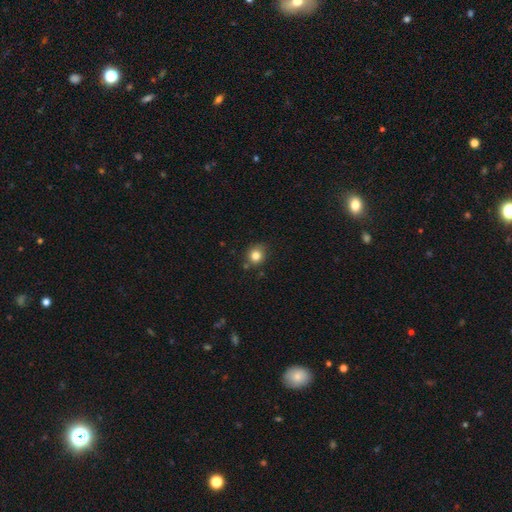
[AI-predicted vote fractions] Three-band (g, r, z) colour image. It shows a smooth galaxy with no disk features (82%) that is round (83%). Merging: none (80%).